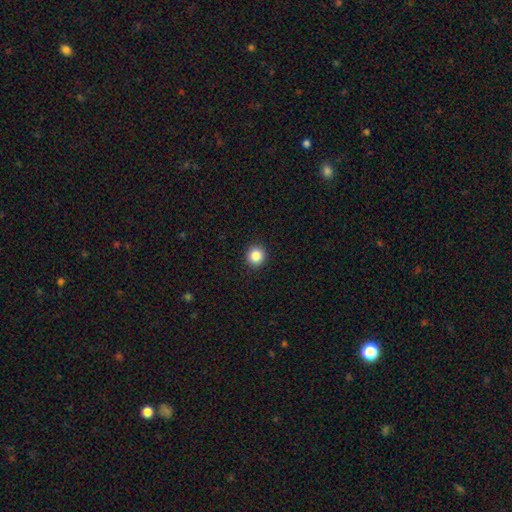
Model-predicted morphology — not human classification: The model was most divided on "smooth or featured": smooth: 86%, star or artifact: 10%, featured or disk: 4%. More confident: merging — none (93%); how rounded — round (92%).